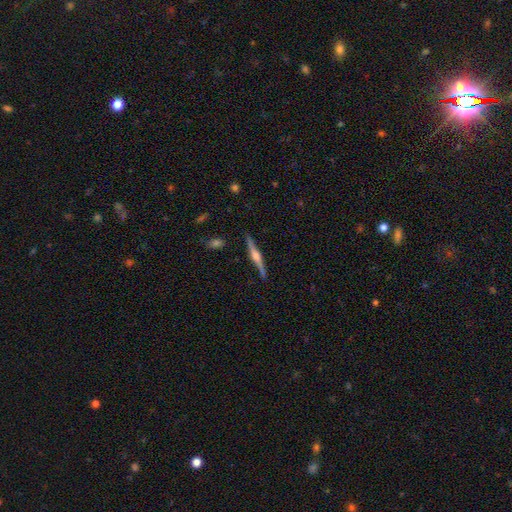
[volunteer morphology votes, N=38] A featured or disk galaxy (79%) viewed edge-on (100%) with a rounded central bulge (83%).

Vote fractions:
- Smooth or featured? featured or disk: 79% / smooth: 18% / star or artifact: 3%
- Edge-on disk? yes: 100% / no: 0%
- Edge-on bulge? rounded: 83% / none: 10% / boxy: 7%
- Merging? none: 89% / minor disturbance: 11% / major disturbance: 0% / merger: 0%